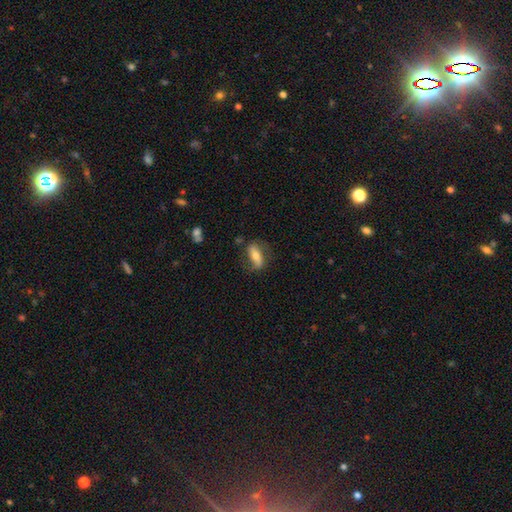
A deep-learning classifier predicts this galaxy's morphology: Smooth or featured? smooth (52%)
How rounded? in between (65%)
Merging? none (69%)